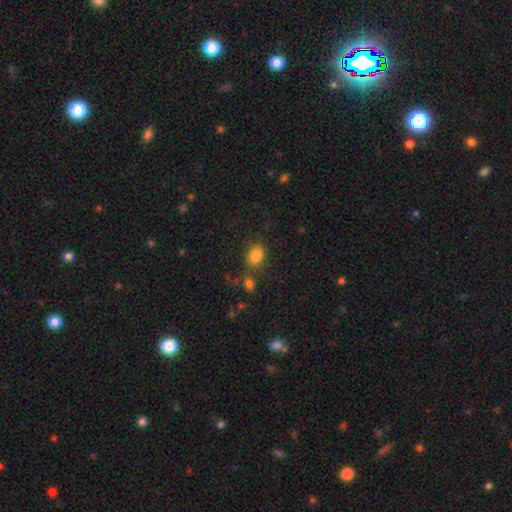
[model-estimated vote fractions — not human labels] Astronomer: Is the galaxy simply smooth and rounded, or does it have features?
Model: smooth — 84%.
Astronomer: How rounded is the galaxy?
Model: in between — 59% (runner-up: round, 40%).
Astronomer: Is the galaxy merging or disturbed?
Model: none — 67%.